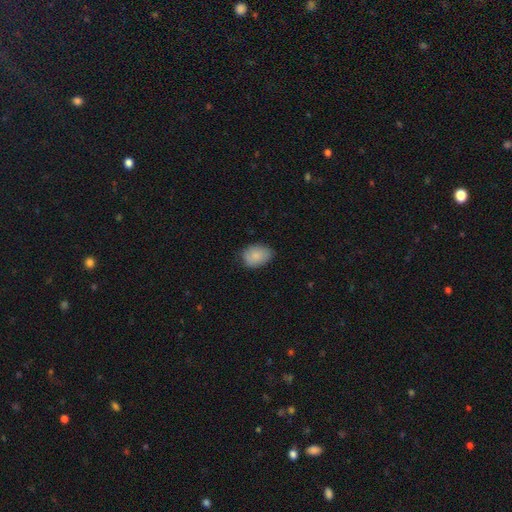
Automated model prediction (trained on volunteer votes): A smooth galaxy with no disk features (84%) that is in between round and cigar-shaped (73%).

Vote fractions:
- Smooth or featured? smooth: 84% / featured or disk: 9% / star or artifact: 7%
- How rounded? in between: 73% / round: 26% / cigar-shaped: 1%
- Merging? none: 75% / minor disturbance: 21% / major disturbance: 4% / merger: 1%